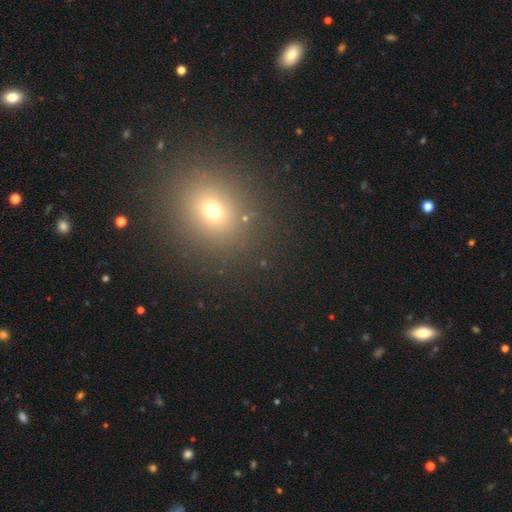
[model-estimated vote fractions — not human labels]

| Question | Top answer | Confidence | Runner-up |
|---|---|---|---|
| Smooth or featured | smooth | 57% | star or artifact (34%) |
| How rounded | round | 68% | in between (30%) |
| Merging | none | 90% | minor disturbance (6%) |